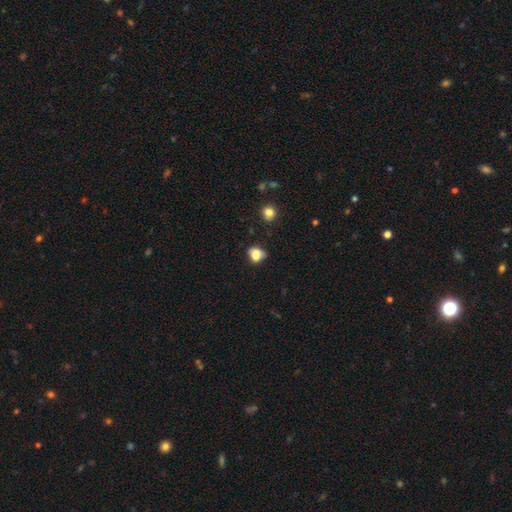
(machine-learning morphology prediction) smooth_or_featured: smooth (p=0.76) [alt: star or artifact p=0.12]
how_rounded: round (p=0.51) [alt: in between p=0.48]
merging: none (p=0.47) [alt: minor disturbance p=0.26]